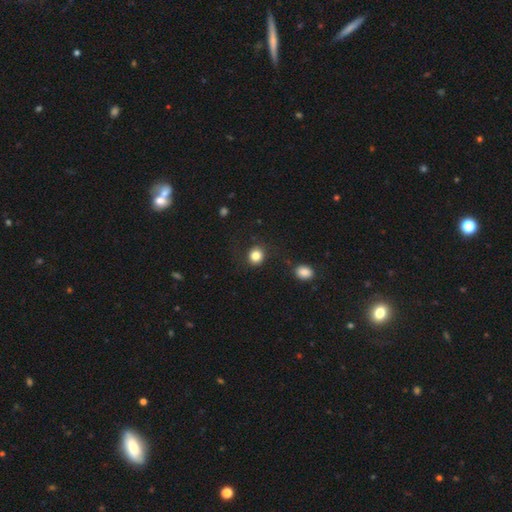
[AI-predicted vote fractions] A smooth galaxy with no disk features (84%) that is round (82%).

Vote fractions:
- Smooth or featured? smooth: 84% / star or artifact: 11% / featured or disk: 5%
- How rounded? round: 82% / in between: 17% / cigar-shaped: 1%
- Merging? none: 84% / minor disturbance: 10% / major disturbance: 4% / merger: 2%